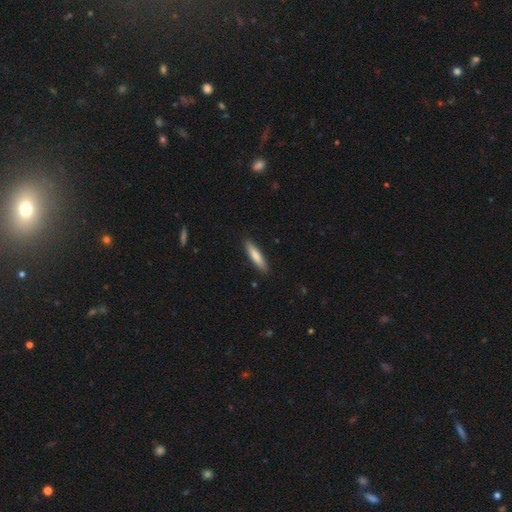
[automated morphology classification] The model was most divided on "how rounded": cigar-shaped: 81%, in between: 18%, round: 1%. More confident: merging — none (89%); smooth or featured — smooth (80%).